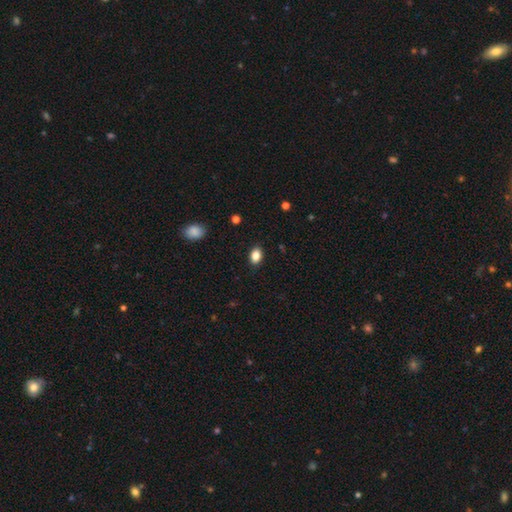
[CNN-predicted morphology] Smooth or featured? Predicted: smooth (p=0.86). How rounded? Predicted: in between (p=0.82). Merging? Predicted: none (p=0.88).